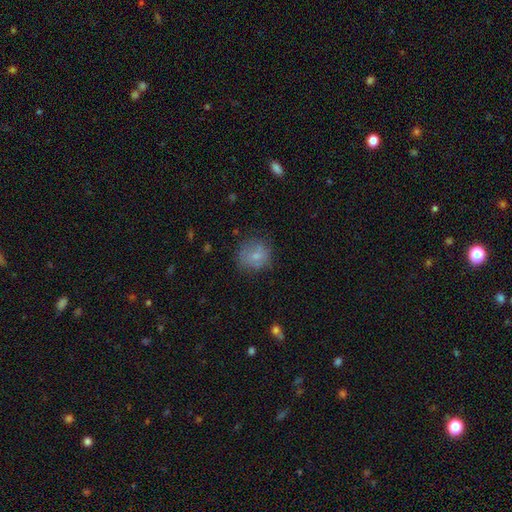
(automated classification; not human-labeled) Smooth or featured?
  - smooth: 70% *
  - featured or disk: 20%
  - star or artifact: 10%
How rounded?
  - round: 79% *
  - in between: 20%
  - cigar-shaped: 1%
Merging?
  - none: 66% *
  - minor disturbance: 21%
  - major disturbance: 9%
  - merger: 4%